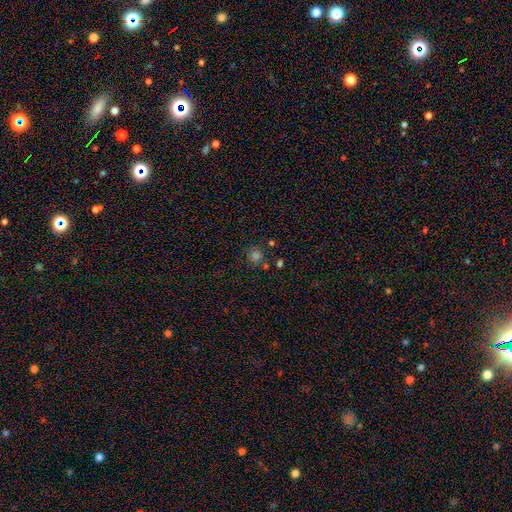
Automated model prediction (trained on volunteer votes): This appears to be a smooth galaxy with no disk features (71%) that is round (92%). Merging: none (80%).